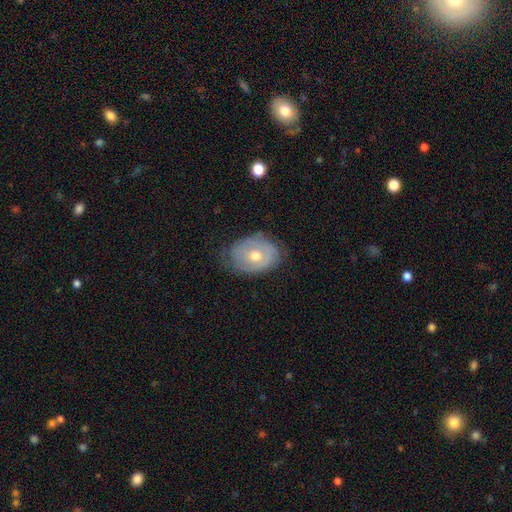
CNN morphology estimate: This is possibly a featured or disk galaxy (53%). It is clearly not viewed edge-on (93%). Merging: likely none (63%).